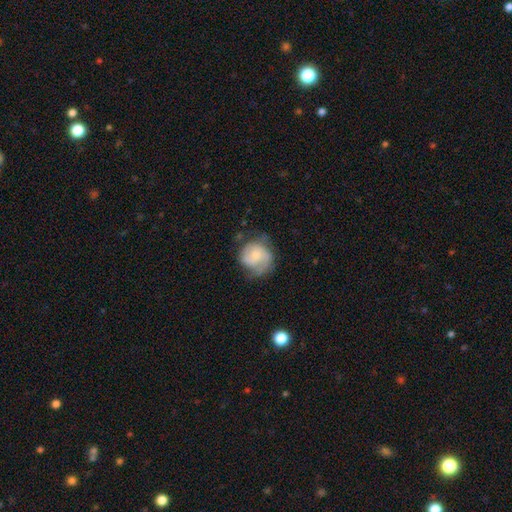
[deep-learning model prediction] Morphology: type=featured or disk (61%); edge-on=no (98%); bar=no (71%); spiral arms=yes (87%); winding=tight (43%); arm count=2 (54%); bulge=small (51%); merging=none (56%).